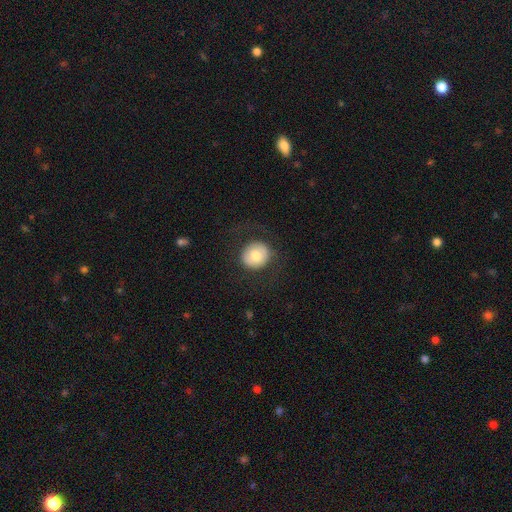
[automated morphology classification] smooth_or_featured: smooth (p=0.71) [alt: featured or disk p=0.22]
how_rounded: round (p=0.88) [alt: in between p=0.11]
merging: none (p=0.80) [alt: minor disturbance p=0.10]